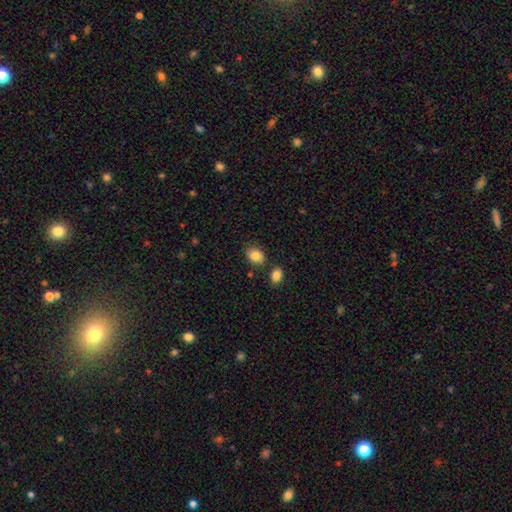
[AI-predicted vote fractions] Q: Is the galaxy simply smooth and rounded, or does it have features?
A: smooth — 85%.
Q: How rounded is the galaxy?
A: in between — 69%.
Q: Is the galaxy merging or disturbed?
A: none — 76%.